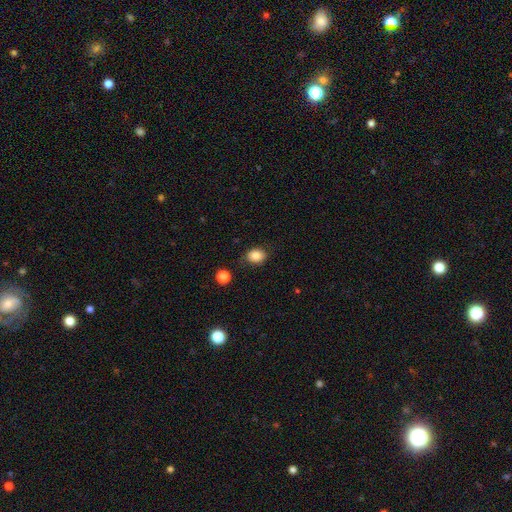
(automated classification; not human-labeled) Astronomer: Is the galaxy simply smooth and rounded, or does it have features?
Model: smooth — 85%.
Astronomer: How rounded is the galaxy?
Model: in between — 55% (runner-up: round, 44%).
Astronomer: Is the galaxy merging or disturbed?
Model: none — 80%.